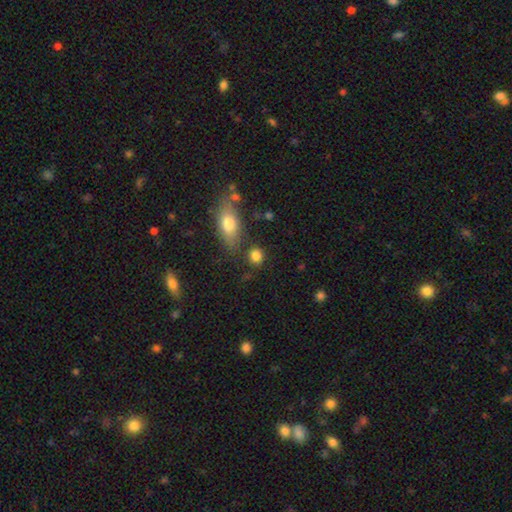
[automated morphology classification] smooth 84%, star or artifact 10%, featured or disk 6%. Down the decision tree: how rounded — round (75%); merging — none (77%).